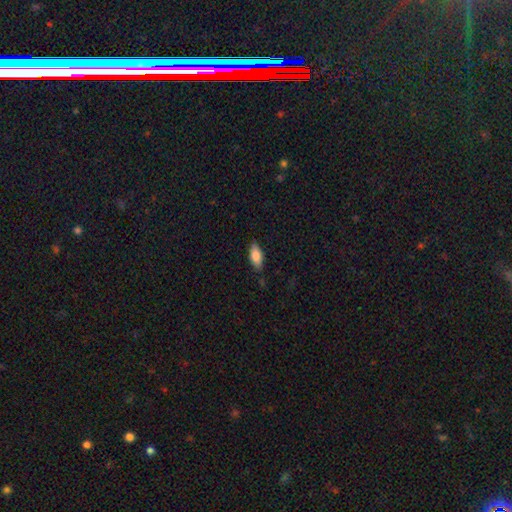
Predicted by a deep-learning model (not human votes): Morphology: type=smooth (83%); roundness=in between (84%); merging=none (80%).